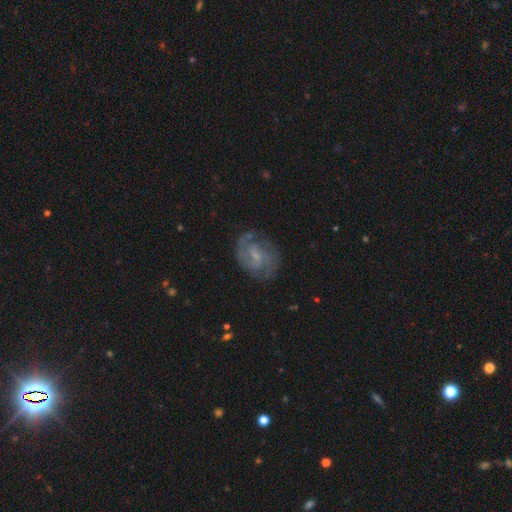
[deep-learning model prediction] A featured or disk galaxy (79%) with a weak bar (54%), 2 (65%) medium (47%) spiral arms (93%) and a small central bulge (61%).

Vote fractions:
- Smooth or featured? featured or disk: 79% / smooth: 14% / star or artifact: 7%
- Edge-on disk? no: 97% / yes: 3%
- Bar? weak: 54% / no: 36% / strong: 11%
- Spiral arms? yes: 93% / no: 7%
- Spiral winding? medium: 47% / tight: 39% / loose: 14%
- Spiral arm count? 2: 65% / can't tell: 17% / 3: 9% / 1: 3% / 4: 3% / more than 4: 3%
- Bulge size? small: 61% / moderate: 21% / none: 16% / large: 2% / dominant: 1%
- Merging? none: 73% / minor disturbance: 17% / major disturbance: 8% / merger: 1%